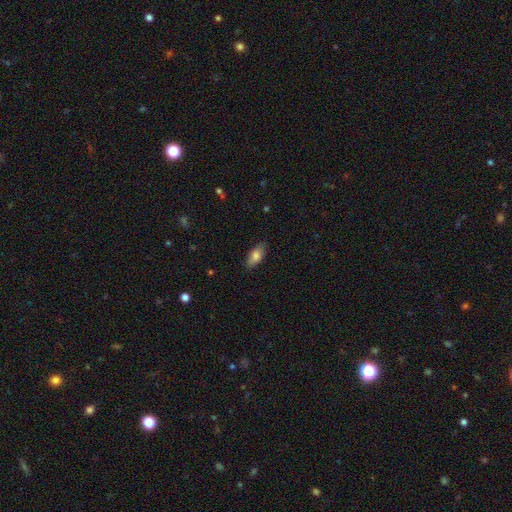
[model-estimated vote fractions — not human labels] This appears to be a smooth galaxy with no disk features (76%) that is in between round and cigar-shaped (85%). Merging: none (84%).